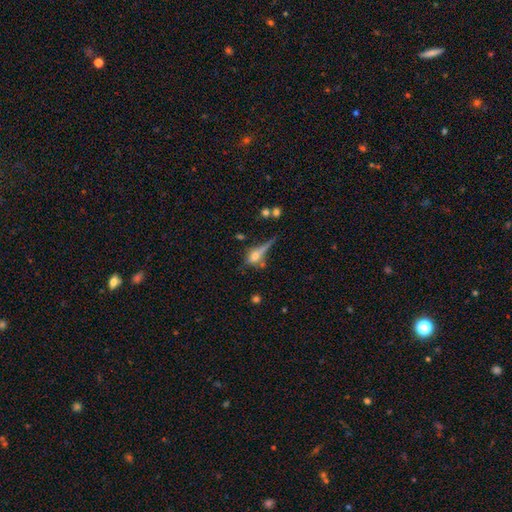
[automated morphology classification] The model was most divided on "smooth or featured": smooth: 46%, featured or disk: 41%, star or artifact: 13%. Remaining: merging — none (48%).